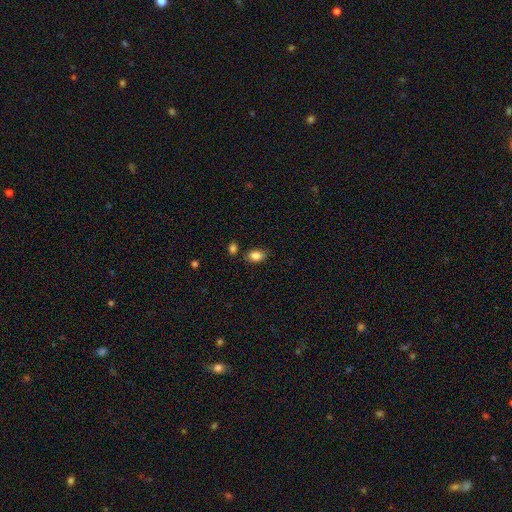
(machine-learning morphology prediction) Overall: smooth (86%). How rounded: in between (83%). Merging: none (79%).